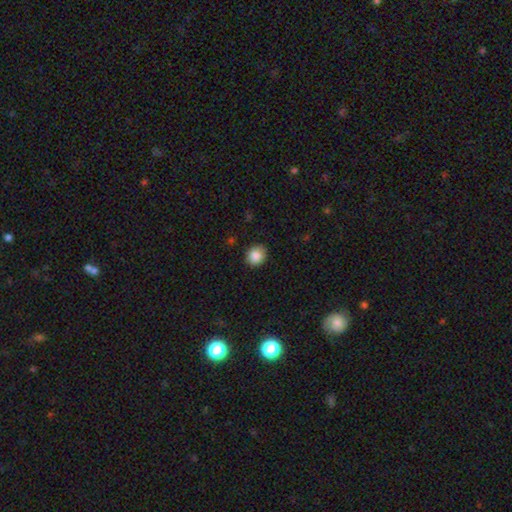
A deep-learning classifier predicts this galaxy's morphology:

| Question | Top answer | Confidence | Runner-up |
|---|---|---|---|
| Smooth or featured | smooth | 87% | star or artifact (9%) |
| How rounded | round | 74% | in between (25%) |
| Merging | none | 84% | minor disturbance (12%) |